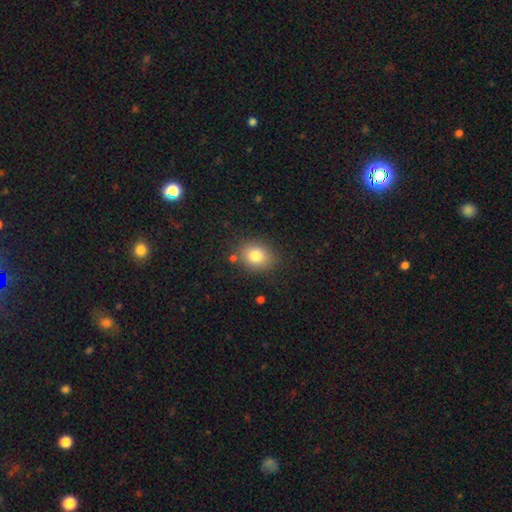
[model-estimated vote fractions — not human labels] Morphology: type=smooth (81%); roundness=round (50%); merging=none (82%).